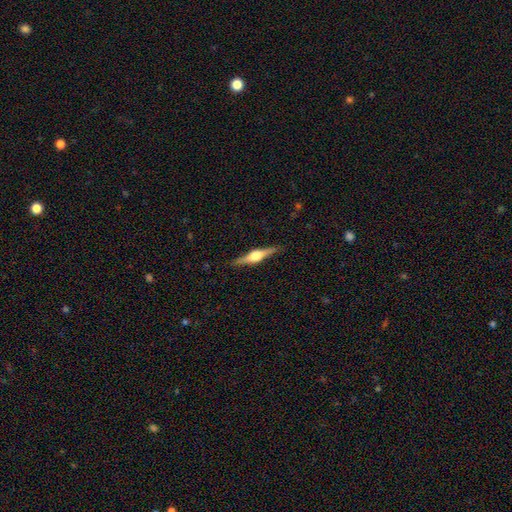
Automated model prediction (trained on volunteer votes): Overall: featured or disk (77%). Edge-on disk: yes (98%). Edge-on bulge: rounded (93%). Merging: none (89%).